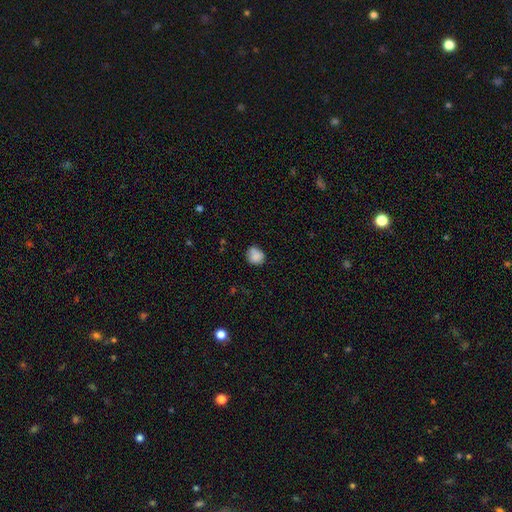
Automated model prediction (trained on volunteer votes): A smooth galaxy with no disk features (79%) that is round (72%). Merging: none (60%).